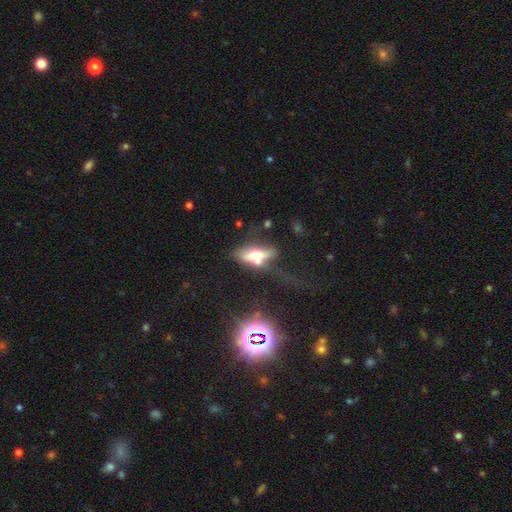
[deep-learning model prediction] This appears to be a smooth galaxy with no disk features (45%). Merging: none (35%).